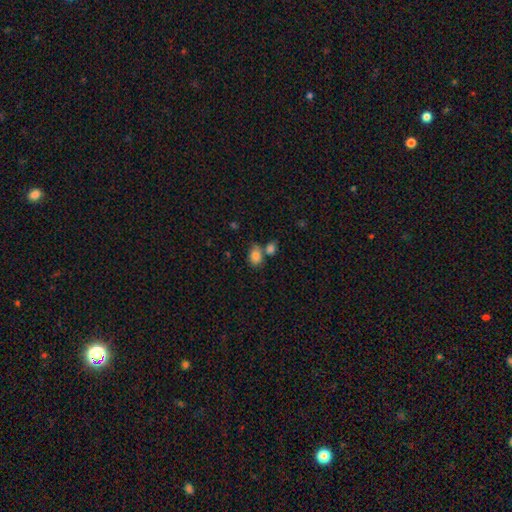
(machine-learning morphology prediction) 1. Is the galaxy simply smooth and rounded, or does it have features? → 82% smooth, 10% star or artifact, 8% featured or disk.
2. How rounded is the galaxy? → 70% in between, 29% round, 1% cigar-shaped.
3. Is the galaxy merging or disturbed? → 49% none, 31% merger, 15% minor disturbance, 5% major disturbance.